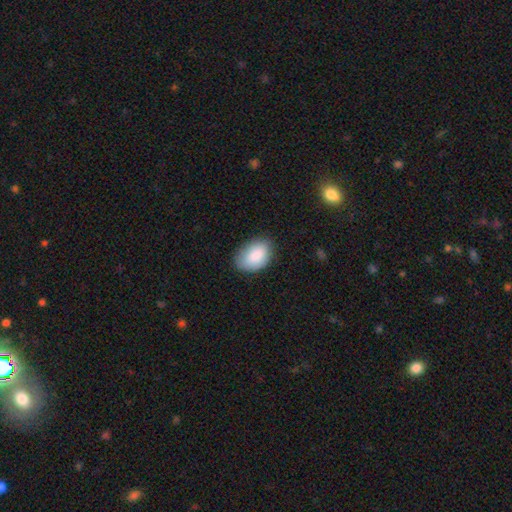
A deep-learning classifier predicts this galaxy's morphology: Smooth or featured? smooth (87%)
How rounded? in between (89%)
Merging? none (79%)